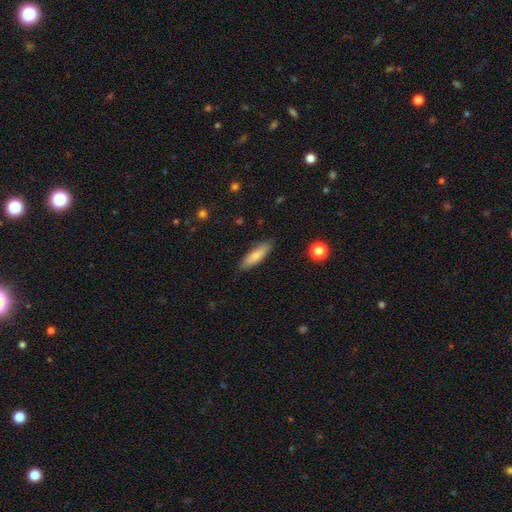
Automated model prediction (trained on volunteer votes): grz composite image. It shows a smooth galaxy with no disk features (76%) that is cigar-shaped (54%). Merging: none (86%).